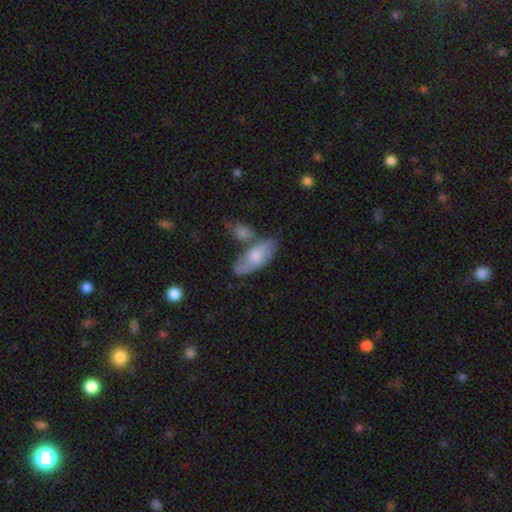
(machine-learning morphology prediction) This is possibly a smooth galaxy (50%). Merging: possibly none (54%).